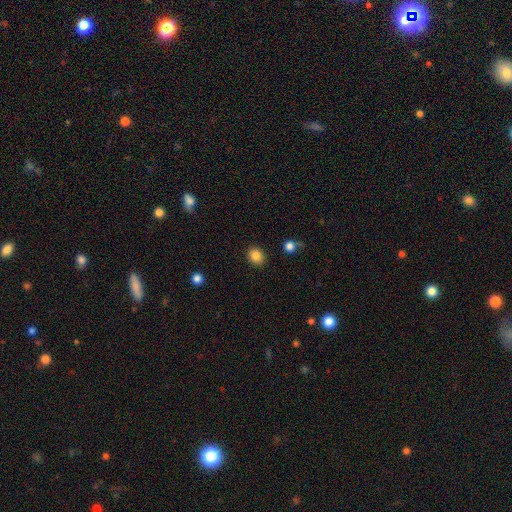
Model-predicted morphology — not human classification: Overall: smooth (85%). How rounded: round (70%; in between 30%). Merging: none (88%).